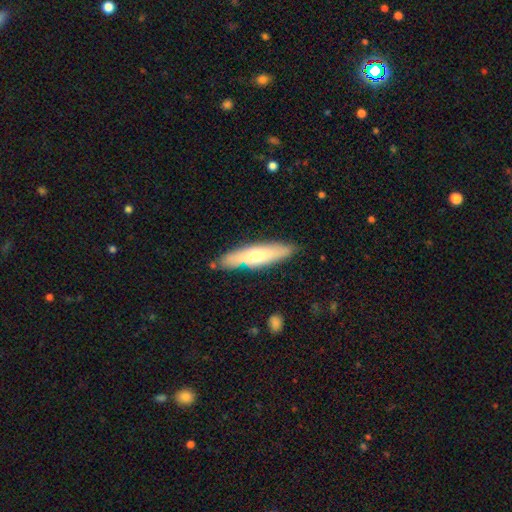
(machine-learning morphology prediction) This is possibly a smooth galaxy (55%). How rounded: likely cigar-shaped (76%). Merging: clearly none (83%).